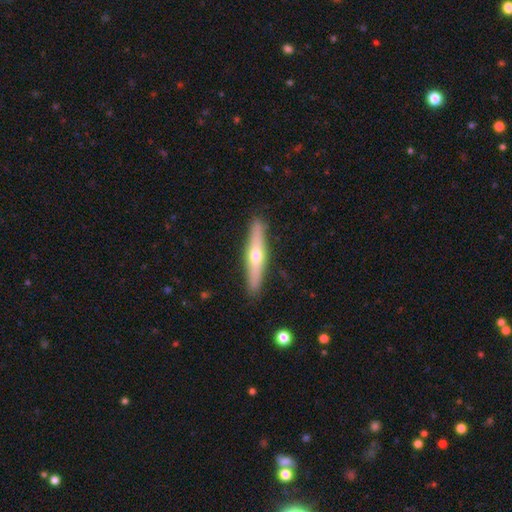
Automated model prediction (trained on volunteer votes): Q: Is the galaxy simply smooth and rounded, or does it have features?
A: featured or disk — 63%.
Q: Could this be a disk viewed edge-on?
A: yes — 94%.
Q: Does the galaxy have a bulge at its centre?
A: rounded — 90%.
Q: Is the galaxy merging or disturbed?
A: none — 90%.